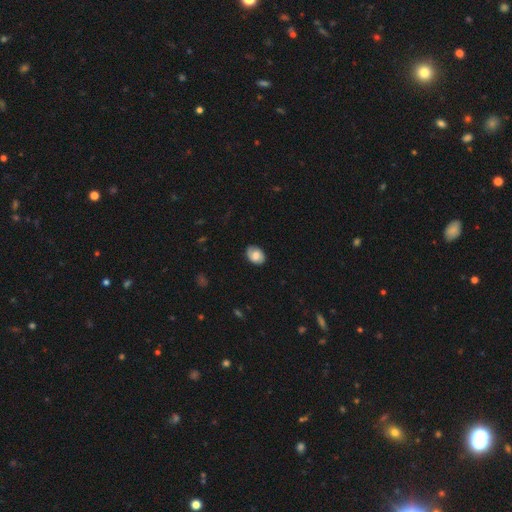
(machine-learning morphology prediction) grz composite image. It shows a smooth galaxy with no disk features (69%) that is in between round and cigar-shaped (71%). Merging: none (79%).